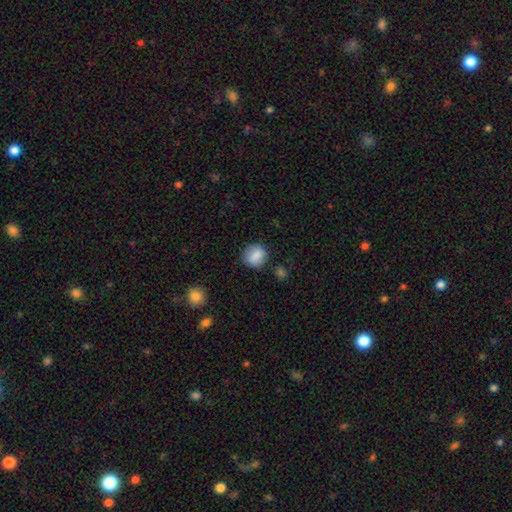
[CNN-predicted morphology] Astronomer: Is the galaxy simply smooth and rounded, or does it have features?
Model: smooth — 85%.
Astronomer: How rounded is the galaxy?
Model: round — 76%.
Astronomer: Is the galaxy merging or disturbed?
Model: none — 81%.